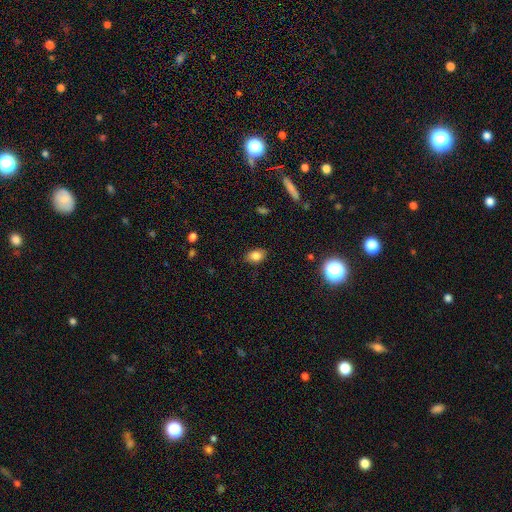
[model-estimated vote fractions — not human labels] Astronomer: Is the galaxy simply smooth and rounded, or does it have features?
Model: smooth — 82%.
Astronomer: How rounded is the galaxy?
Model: in between — 82%.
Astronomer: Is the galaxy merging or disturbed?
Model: none — 84%.